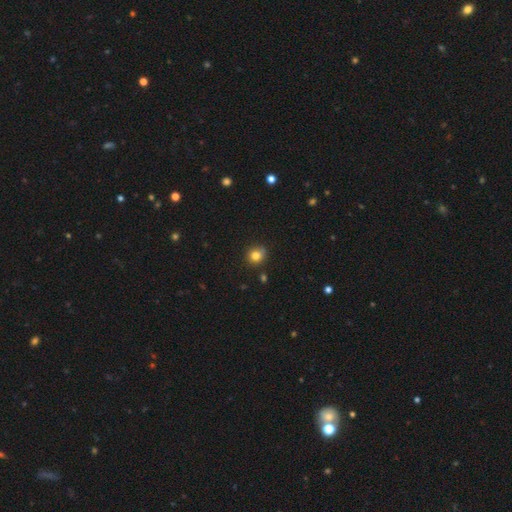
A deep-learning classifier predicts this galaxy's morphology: Overall: smooth (81%). How rounded: round (85%). Merging: none (81%).